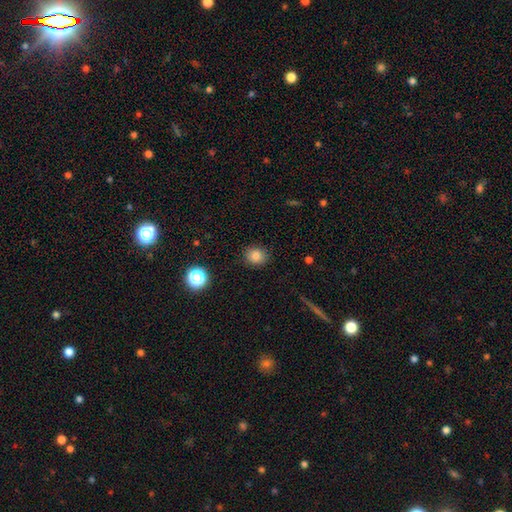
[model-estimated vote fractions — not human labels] Smooth or featured? smooth (81%)
How rounded? round (80%)
Merging? none (89%)